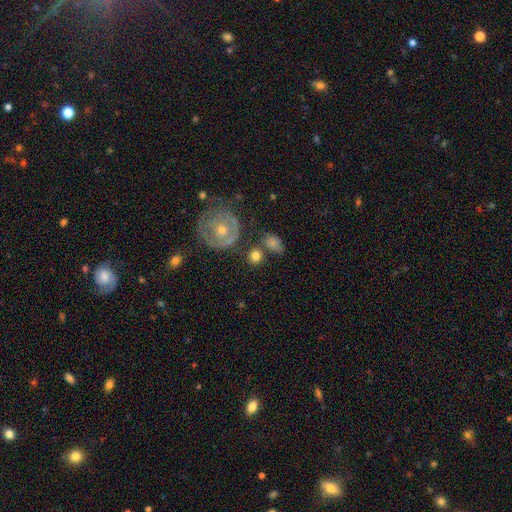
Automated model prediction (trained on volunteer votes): Morphology: type=smooth (76%); roundness=round (81%); merging=none (68%).